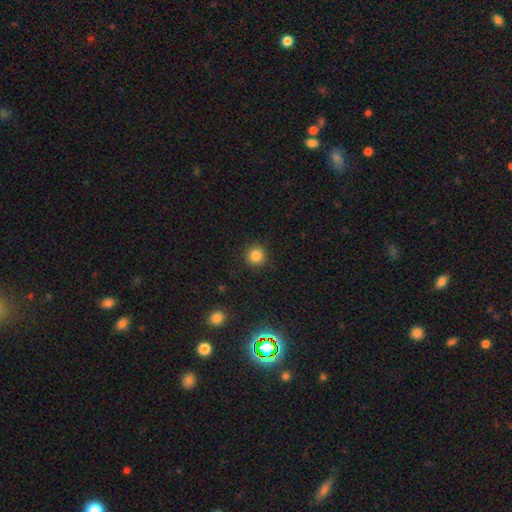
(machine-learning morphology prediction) type=smooth (84%); roundness=round (94%); merging=none (92%).